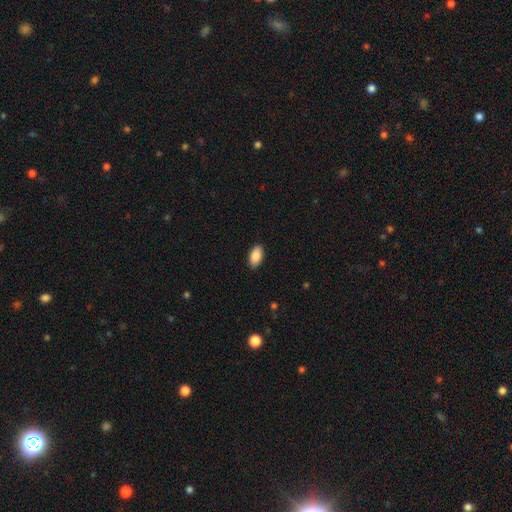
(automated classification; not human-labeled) Overall: smooth (89%). How rounded: in between (95%). Merging: none (89%).